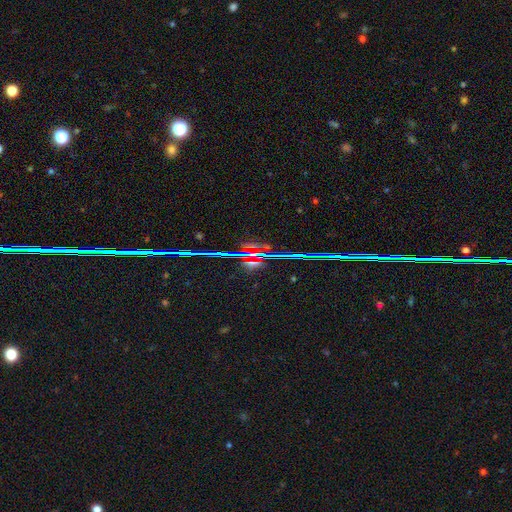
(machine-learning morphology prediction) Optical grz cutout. It shows a star or artifact, not a galaxy (65%).